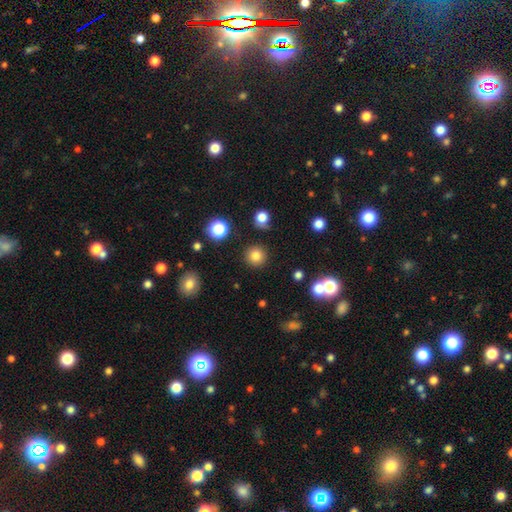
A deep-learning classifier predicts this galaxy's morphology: Smooth or featured? Predicted: smooth (p=0.81). How rounded? Predicted: round (p=0.95). Merging? Predicted: none (p=0.89).